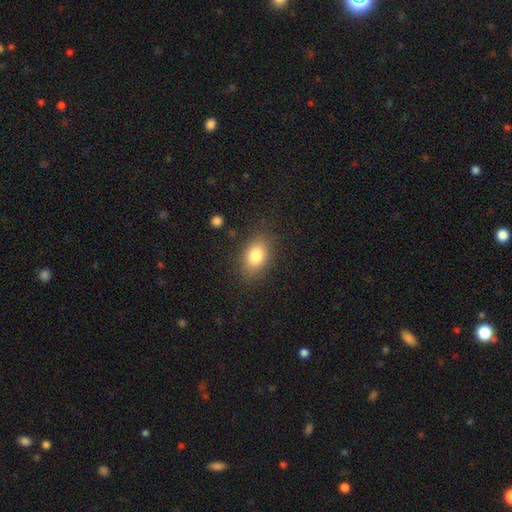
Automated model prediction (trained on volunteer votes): A smooth galaxy with no disk features (82%) that is in between round and cigar-shaped (82%). Merging: none (83%).